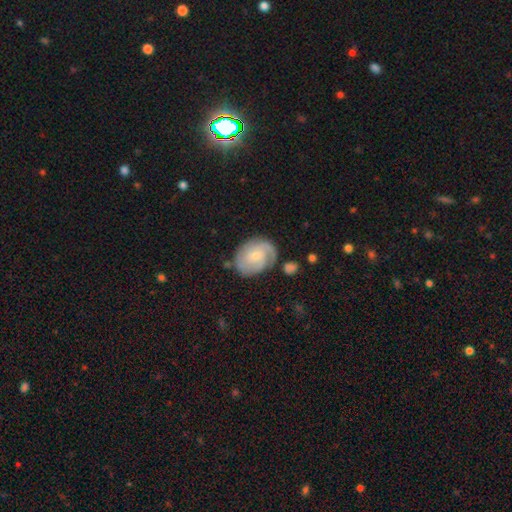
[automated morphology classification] Smooth or featured: featured or disk — 74% (smooth — 20%)
Edge-on disk: no — 97% (yes — 3%)
Bar: no — 66% (weak — 29%)
Spiral arms: yes — 94% (no — 6%)
Spiral winding: tight — 55% (medium — 35%)
Spiral arm count: 2 — 42% (can't tell — 22%)
Bulge size: small — 68% (moderate — 26%)
Merging: none — 67% (minor disturbance — 21%)